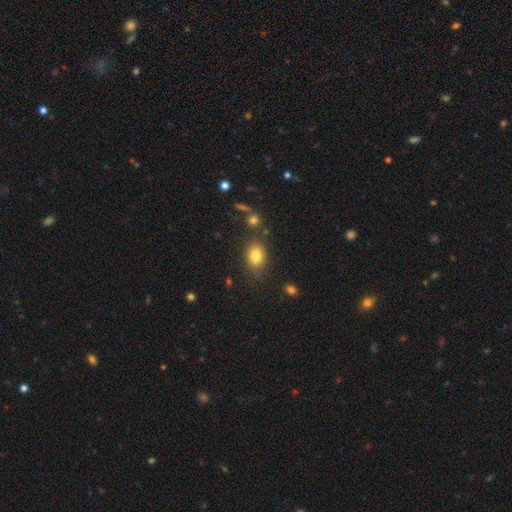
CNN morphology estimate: The model was most divided on "how rounded": in between: 65%, round: 33%, cigar-shaped: 1%. More confident: smooth or featured — smooth (81%); merging — none (78%).